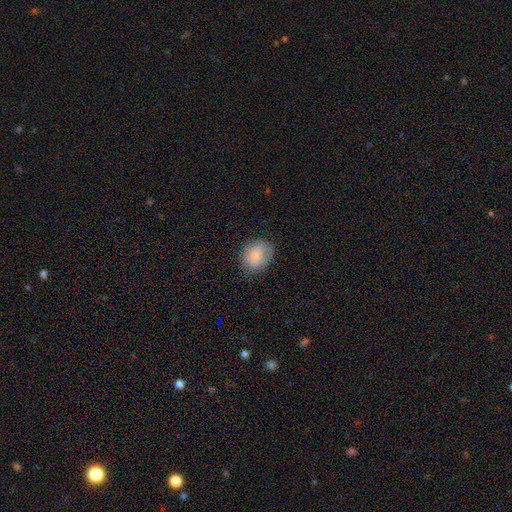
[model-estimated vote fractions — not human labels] The model was most divided on "how rounded": in between: 53%, round: 46%, cigar-shaped: 1%. More confident: smooth or featured — smooth (82%); merging — none (74%).